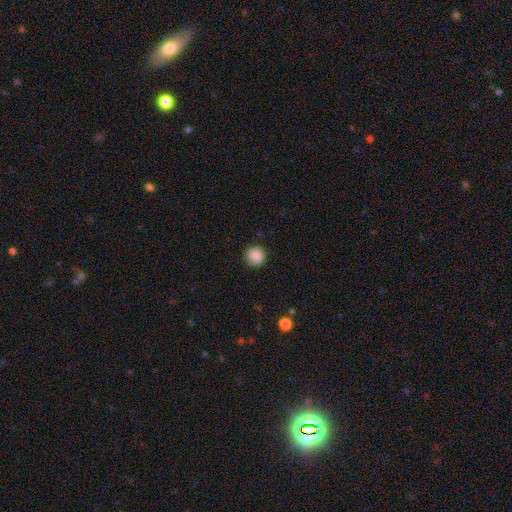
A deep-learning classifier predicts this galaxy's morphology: The model was most divided on "merging": none: 82%, minor disturbance: 14%, major disturbance: 3%, merger: 1%. More confident: how rounded — round (91%); smooth or featured — smooth (86%).